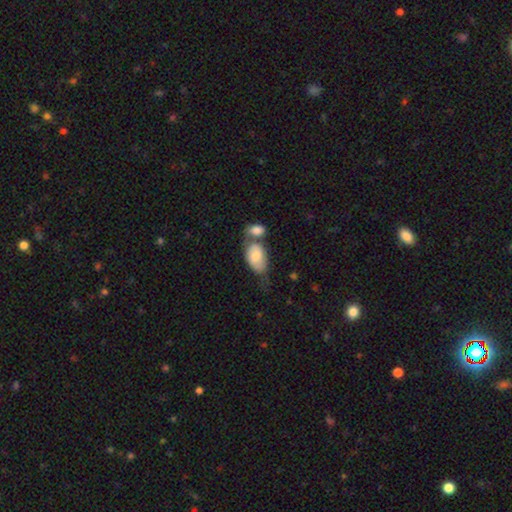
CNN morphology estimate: smooth_or_featured: smooth (p=0.77) [alt: featured or disk p=0.17]
how_rounded: in between (p=0.92) [alt: round p=0.06]
merging: merger (p=0.50) [alt: none p=0.24]